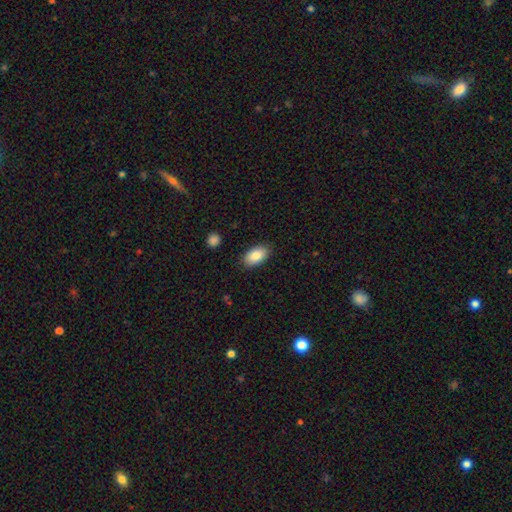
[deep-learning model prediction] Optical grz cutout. It shows a smooth galaxy with no disk features (87%) that is in between round and cigar-shaped (94%). Merging: none (87%).